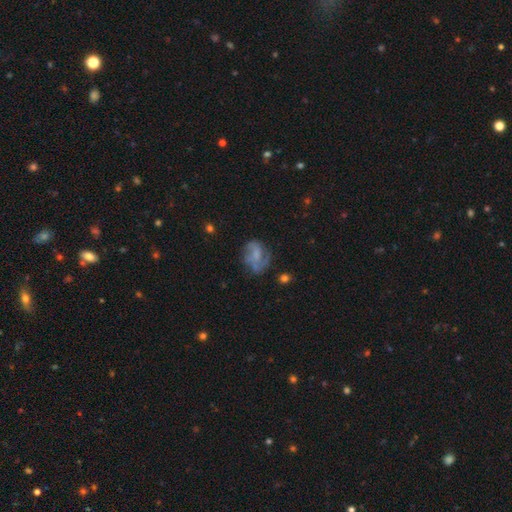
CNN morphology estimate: featured or disk 58%, smooth 32%, star or artifact 10%. Down the decision tree: edge-on disk — no (97%); bar — no (62%); spiral arms — yes (72%); bulge size — none (36%); merging — none (53%).